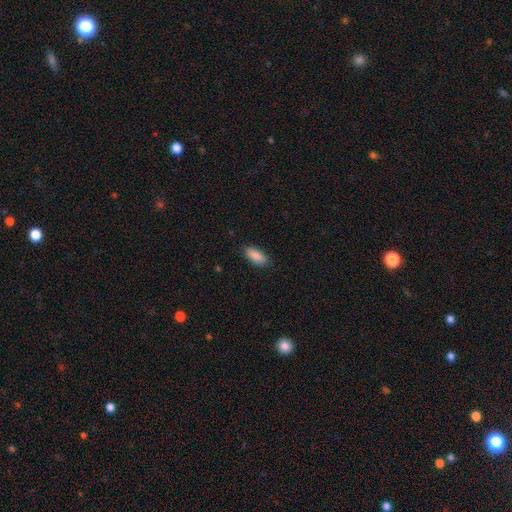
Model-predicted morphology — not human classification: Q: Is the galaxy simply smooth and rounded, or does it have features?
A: smooth — 89%.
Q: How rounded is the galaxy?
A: in between — 85%.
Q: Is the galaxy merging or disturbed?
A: none — 86%.